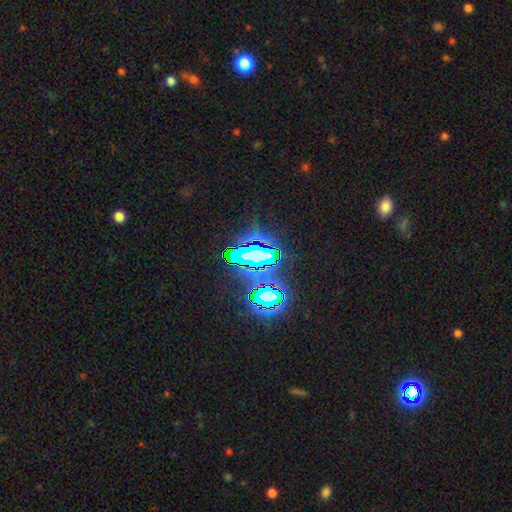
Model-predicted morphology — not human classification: Smooth or featured: star or artifact — 76% (featured or disk — 12%)